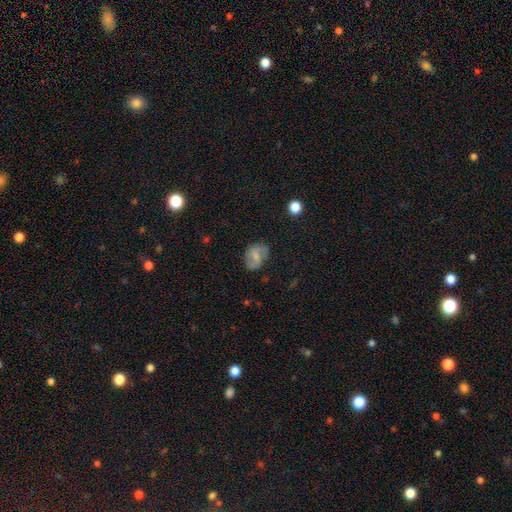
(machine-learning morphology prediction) smooth-or-featured: smooth: 48% | featured or disk: 43% | star or artifact: 9%
  merging: none: 69% | minor disturbance: 21% | major disturbance: 8% | merger: 2%